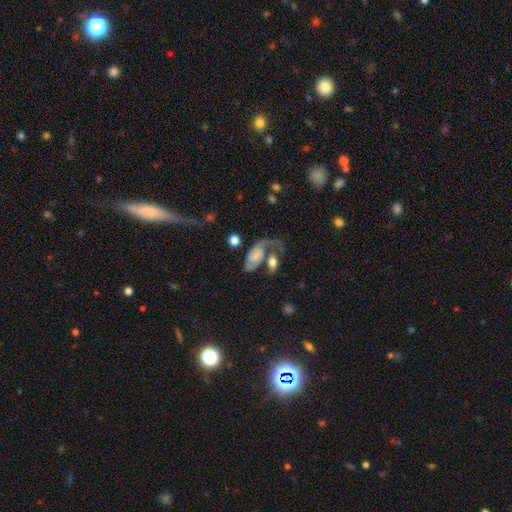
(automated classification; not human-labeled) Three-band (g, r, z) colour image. It shows a featured or disk galaxy (52%). Merging: merger (31%, tied with major disturbance).